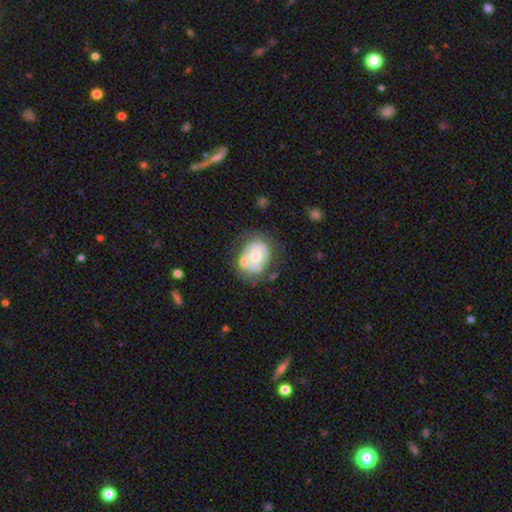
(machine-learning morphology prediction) Smooth or featured? Predicted: smooth (p=0.47). Merging? Predicted: none (p=0.45).